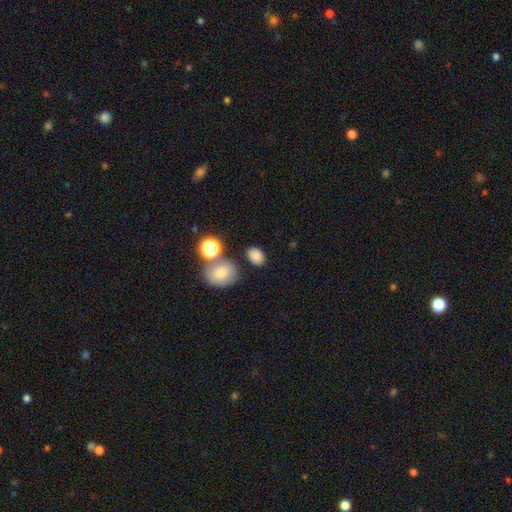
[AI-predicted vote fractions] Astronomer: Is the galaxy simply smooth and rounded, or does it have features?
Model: smooth — 83%.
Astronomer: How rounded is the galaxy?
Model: in between — 70%.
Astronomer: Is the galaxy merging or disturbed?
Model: none — 78%.